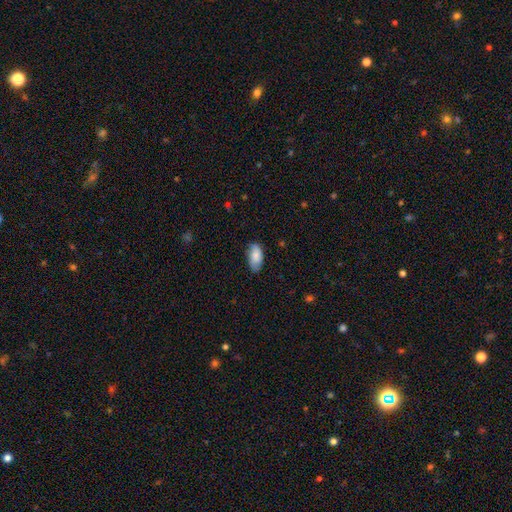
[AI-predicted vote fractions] A smooth galaxy with no disk features (78%) that is in between round and cigar-shaped (93%).

Vote fractions:
- Smooth or featured? smooth: 78% / featured or disk: 15% / star or artifact: 6%
- How rounded? in between: 93% / cigar-shaped: 4% / round: 3%
- Merging? none: 74% / minor disturbance: 21% / major disturbance: 4% / merger: 1%